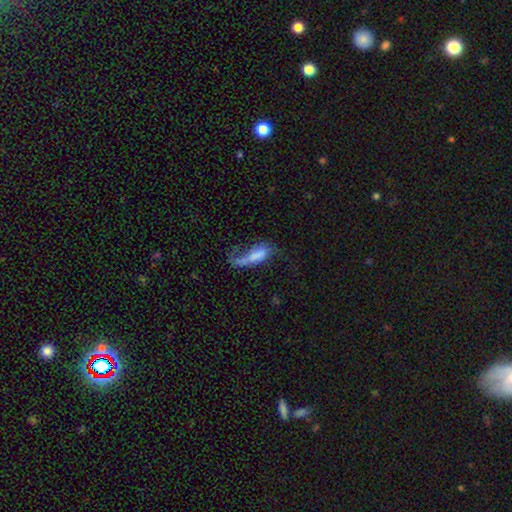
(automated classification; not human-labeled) smooth_or_featured: smooth (p=0.58) [alt: featured or disk p=0.34]
how_rounded: in between (p=0.58) [alt: cigar-shaped p=0.39]
merging: major disturbance (p=0.49) [alt: none p=0.24]